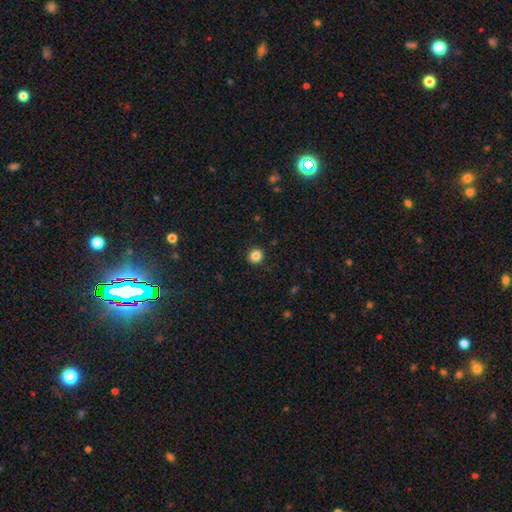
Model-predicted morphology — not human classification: A smooth galaxy with no disk features (85%) that is round (85%). Merging: none (91%).